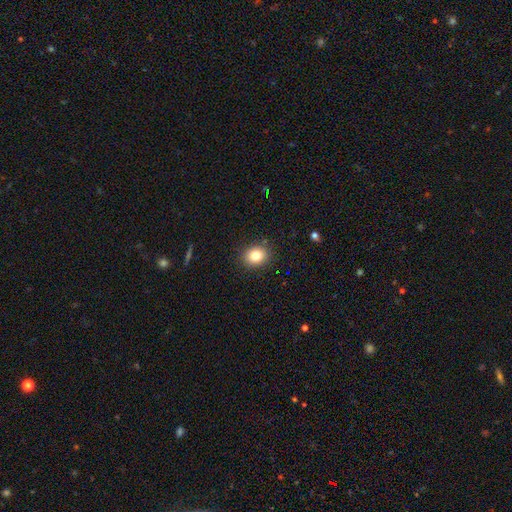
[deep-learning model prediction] This appears to be a smooth galaxy with no disk features (81%) that is round (58%). Merging: none (89%).